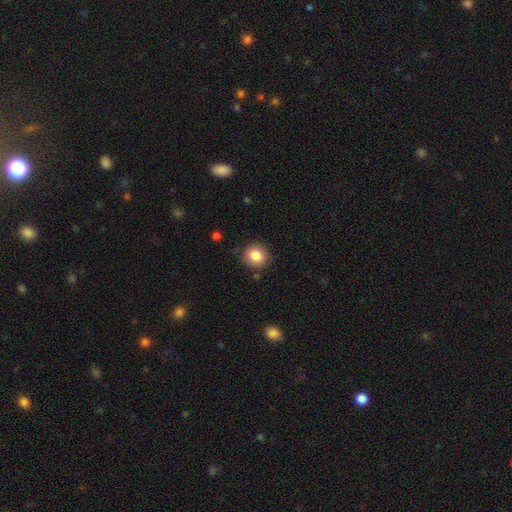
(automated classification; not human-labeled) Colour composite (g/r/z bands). It shows a smooth galaxy with no disk features (85%) that is round (85%). Merging: none (87%).